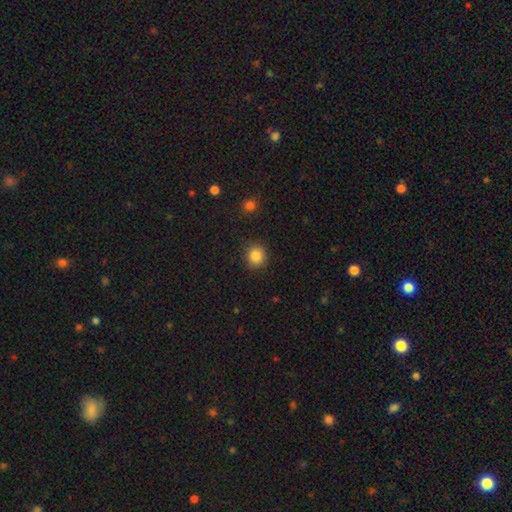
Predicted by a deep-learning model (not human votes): smooth_or_featured: smooth (p=0.85) [alt: star or artifact p=0.10]
how_rounded: round (p=0.87) [alt: in between p=0.12]
merging: none (p=0.89) [alt: minor disturbance p=0.07]